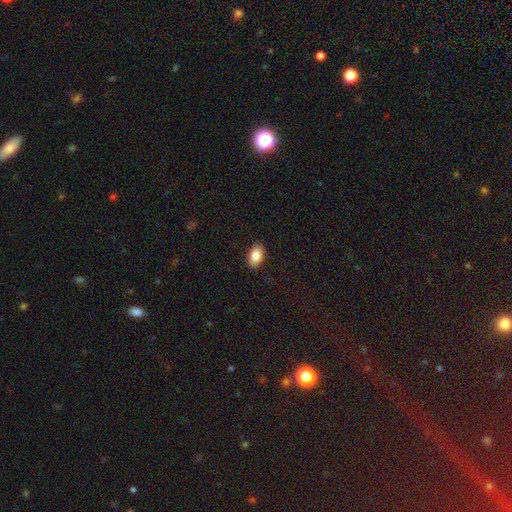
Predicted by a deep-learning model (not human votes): Morphology: type=smooth (86%); roundness=in between (92%); merging=none (89%).